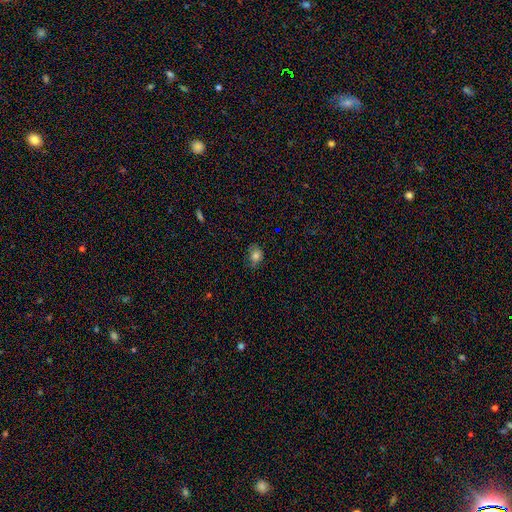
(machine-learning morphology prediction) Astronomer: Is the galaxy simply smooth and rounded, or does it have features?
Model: smooth — 76%.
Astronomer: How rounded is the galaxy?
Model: in between — 55% (runner-up: round, 43%).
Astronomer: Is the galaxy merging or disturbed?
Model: none — 57%.